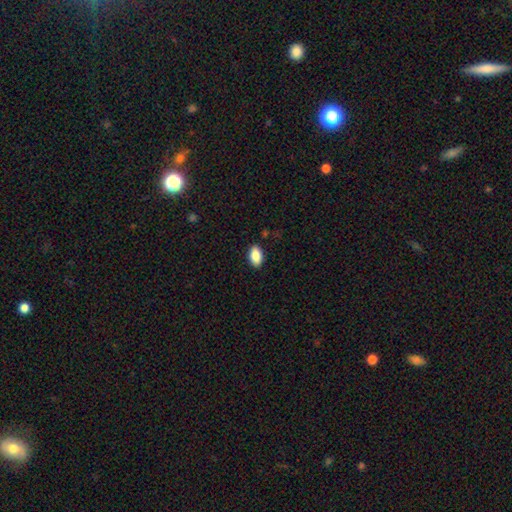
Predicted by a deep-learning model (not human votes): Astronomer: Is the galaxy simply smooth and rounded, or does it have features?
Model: smooth — 87%.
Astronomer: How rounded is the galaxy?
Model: in between — 92%.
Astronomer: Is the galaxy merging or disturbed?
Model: none — 88%.